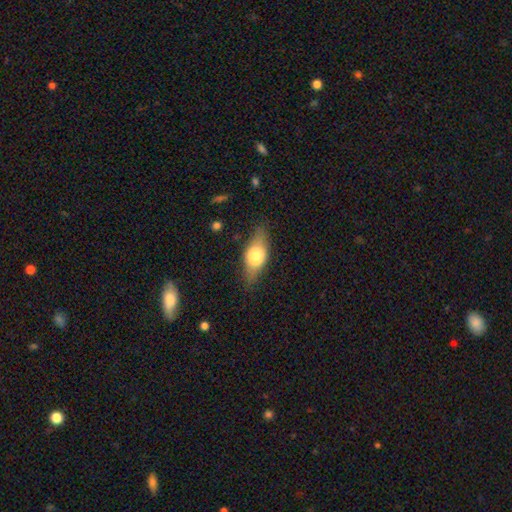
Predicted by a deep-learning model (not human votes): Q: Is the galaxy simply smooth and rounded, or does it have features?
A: smooth — 55%.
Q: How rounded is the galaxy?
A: in between — 74%.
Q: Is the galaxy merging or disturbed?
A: none — 72%.